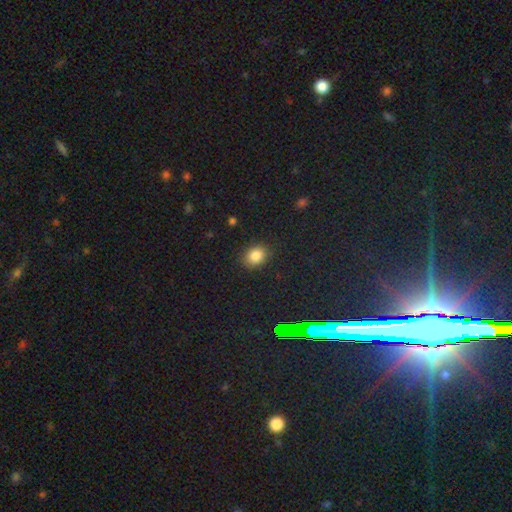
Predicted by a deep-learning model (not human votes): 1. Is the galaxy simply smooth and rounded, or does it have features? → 83% smooth, 11% star or artifact, 6% featured or disk.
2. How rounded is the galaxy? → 54% in between, 45% round, 1% cigar-shaped.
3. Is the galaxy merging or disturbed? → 85% none, 11% minor disturbance, 3% major disturbance, 1% merger.